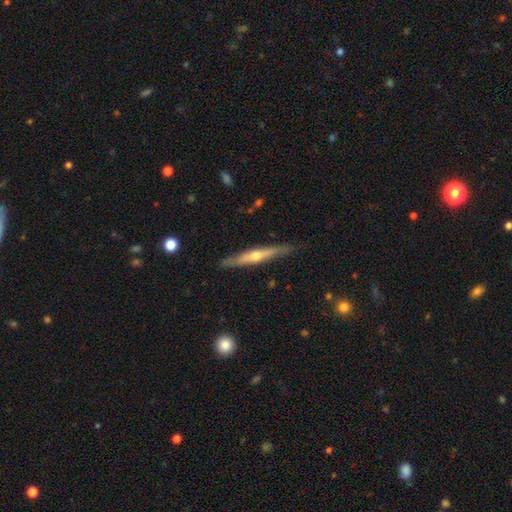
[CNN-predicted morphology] A featured or disk galaxy (66%) viewed edge-on (95%) with a rounded central bulge (84%).

Vote fractions:
- Smooth or featured? featured or disk: 66% / smooth: 28% / star or artifact: 6%
- Edge-on disk? yes: 95% / no: 5%
- Edge-on bulge? rounded: 84% / none: 13% / boxy: 3%
- Merging? none: 86% / minor disturbance: 10% / major disturbance: 2% / merger: 1%